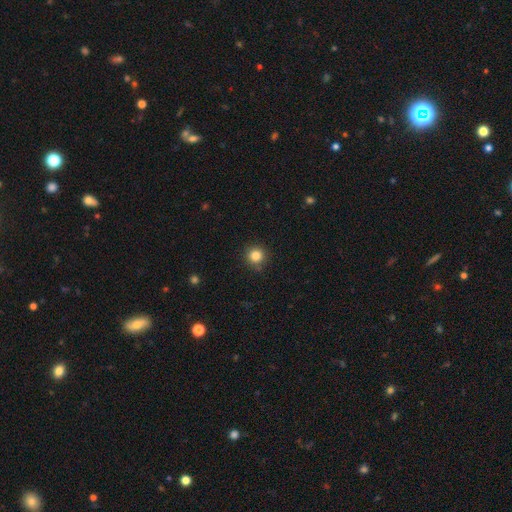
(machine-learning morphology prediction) Overall: smooth (84%). How rounded: round (94%). Merging: none (87%).